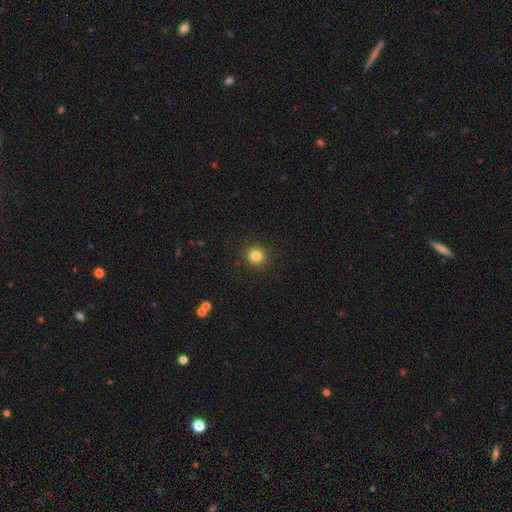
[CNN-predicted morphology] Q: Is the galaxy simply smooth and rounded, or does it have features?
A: smooth — 83%.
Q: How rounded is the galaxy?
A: round — 94%.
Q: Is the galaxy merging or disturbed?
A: none — 92%.